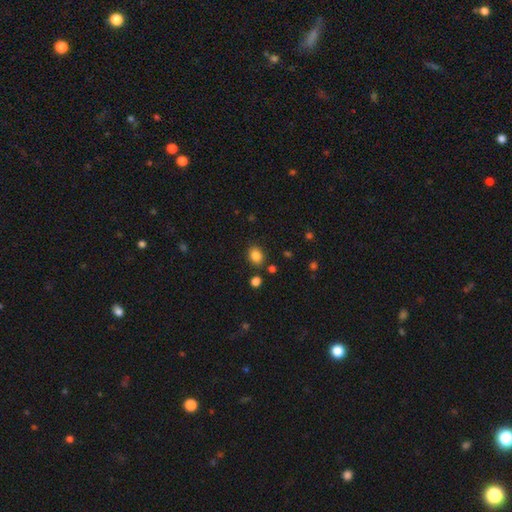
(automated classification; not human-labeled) smooth_or_featured: smooth (p=0.84) [alt: star or artifact p=0.11]
how_rounded: in between (p=0.58) [alt: round p=0.41]
merging: none (p=0.82) [alt: minor disturbance p=0.10]